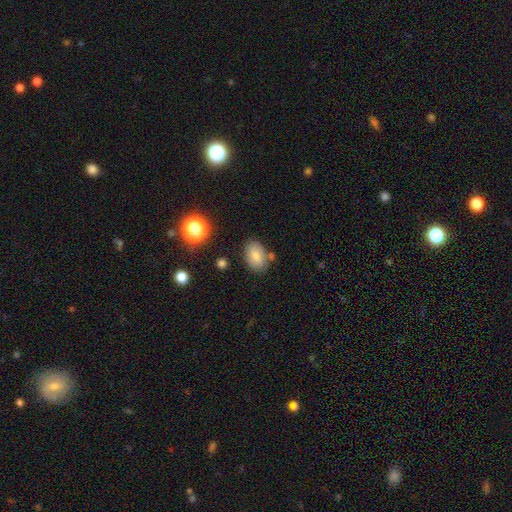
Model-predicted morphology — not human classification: This appears to be a smooth galaxy with no disk features (78%) that is in between round and cigar-shaped (85%). Merging: none (75%).